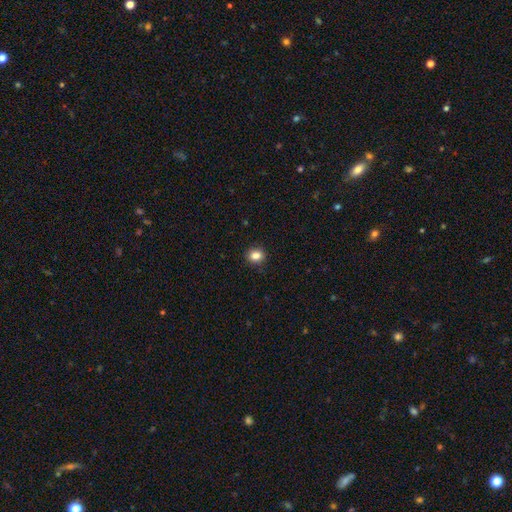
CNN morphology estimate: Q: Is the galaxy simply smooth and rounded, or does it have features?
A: smooth — 84%.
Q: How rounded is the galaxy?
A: round — 70%.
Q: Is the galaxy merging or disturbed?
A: none — 91%.